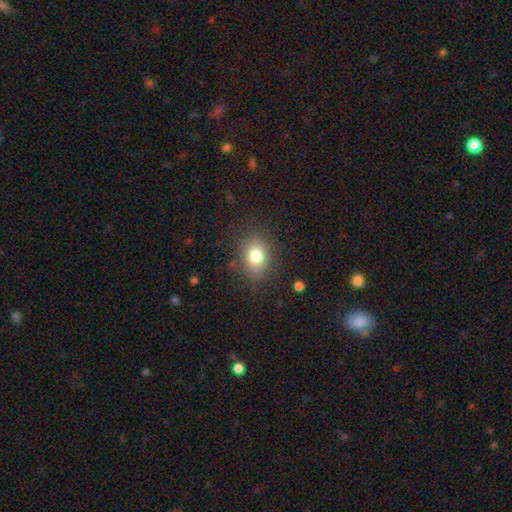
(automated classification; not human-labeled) Smooth or featured? smooth (78%)
How rounded? in between (60%)
Merging? none (81%)